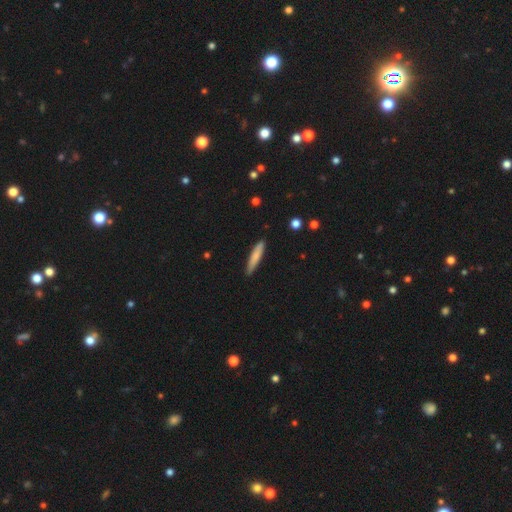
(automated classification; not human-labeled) This is likely a smooth galaxy (76%). How rounded: clearly cigar-shaped (91%). Merging: clearly none (88%).